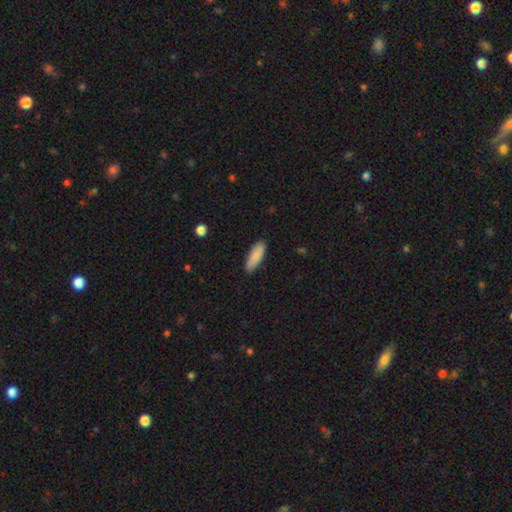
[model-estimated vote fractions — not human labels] This appears to be a smooth galaxy with no disk features (86%) that is in between round and cigar-shaped (61%). Merging: none (86%).